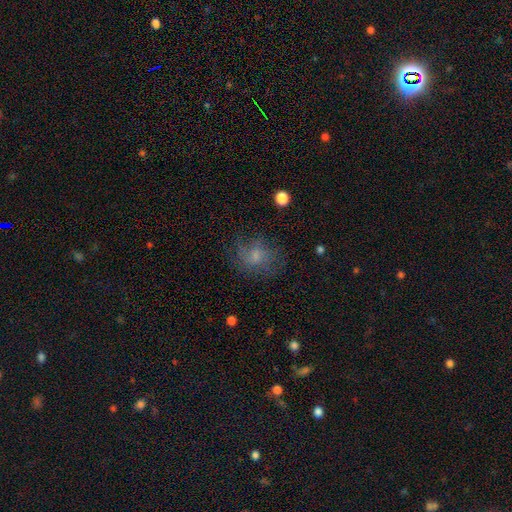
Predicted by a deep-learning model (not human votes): A smooth galaxy with no disk features (54%) that is round (62%).

Vote fractions:
- Smooth or featured? smooth: 54% / featured or disk: 32% / star or artifact: 13%
- How rounded? round: 62% / in between: 37% / cigar-shaped: 1%
- Merging? none: 60% / minor disturbance: 21% / major disturbance: 17% / merger: 2%